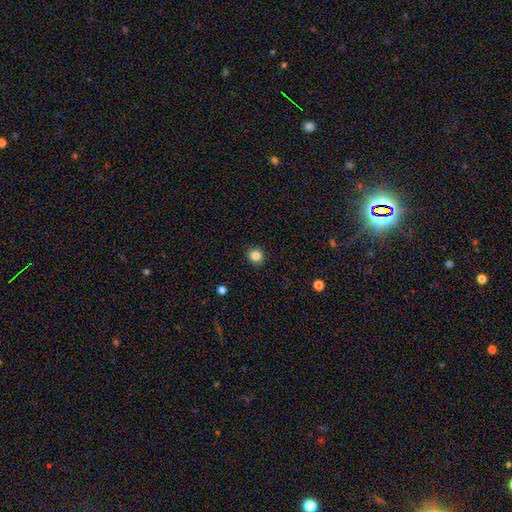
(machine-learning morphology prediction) Smooth or featured?
  - smooth: 85% *
  - star or artifact: 11%
  - featured or disk: 4%
How rounded?
  - round: 91% *
  - in between: 8%
  - cigar-shaped: 1%
Merging?
  - none: 91% *
  - minor disturbance: 6%
  - major disturbance: 2%
  - merger: 1%